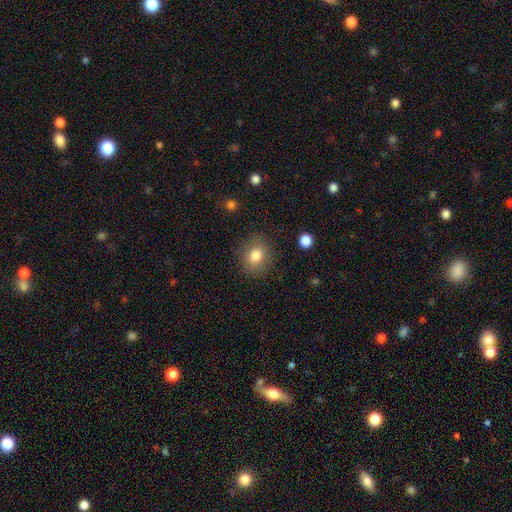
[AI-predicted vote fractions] The model was most divided on "how rounded": round: 64%, in between: 35%, cigar-shaped: 1%. More confident: merging — none (83%); smooth or featured — smooth (81%).